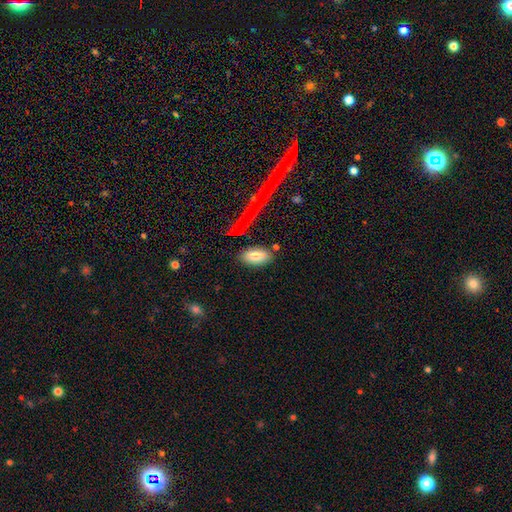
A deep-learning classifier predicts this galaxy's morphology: Overall: smooth (80%). How rounded: in between (91%). Merging: none (80%).